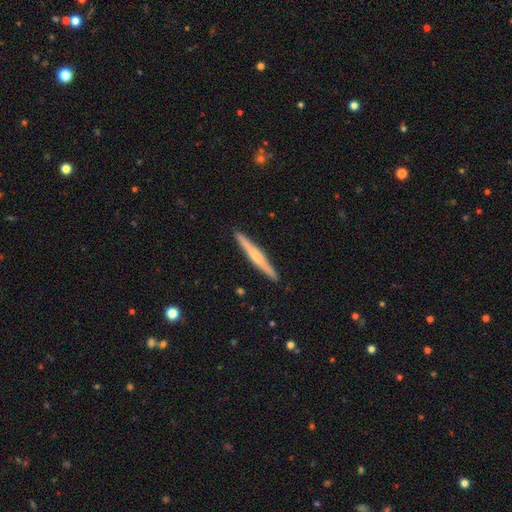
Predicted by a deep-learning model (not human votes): Q: Smooth or featured?
A: featured or disk (52%); runner-up: smooth (43%)
Q: Edge-on disk?
A: yes (98%); runner-up: no (2%)
Q: Edge-on bulge?
A: none (44%); runner-up: rounded (41%)
Q: Merging?
A: none (91%); runner-up: minor disturbance (6%)